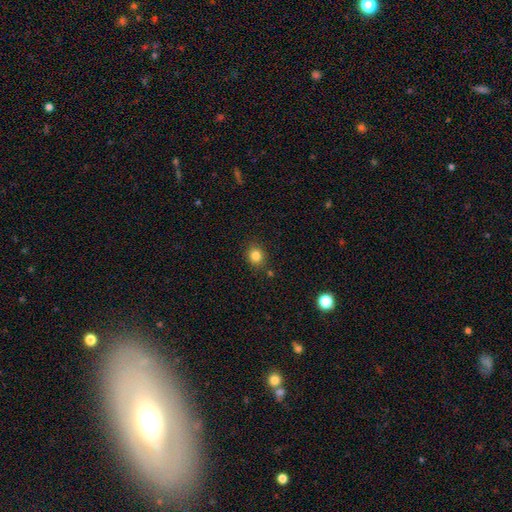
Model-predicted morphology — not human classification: A smooth galaxy with no disk features (83%) that is round (73%). Merging: none (84%).